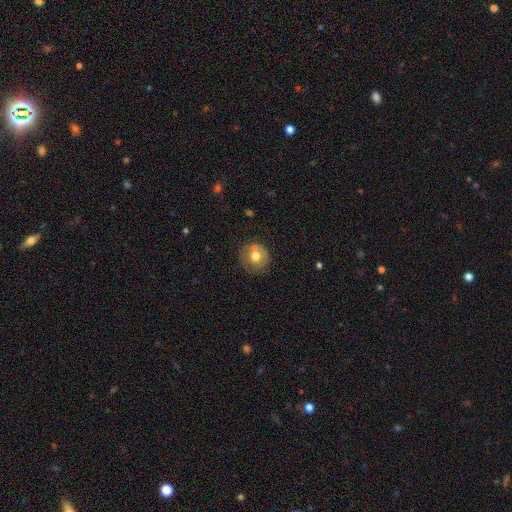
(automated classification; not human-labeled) Overall: smooth (68%). How rounded: round (89%). Merging: none (61%).